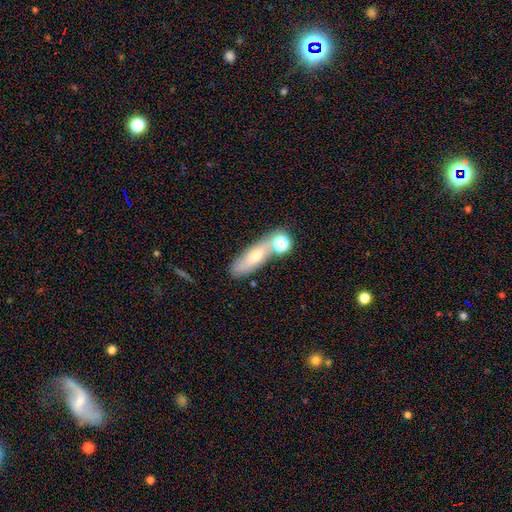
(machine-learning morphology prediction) This is possibly a smooth galaxy (52%). How rounded: possibly in between (46%). Merging: likely none (62%).